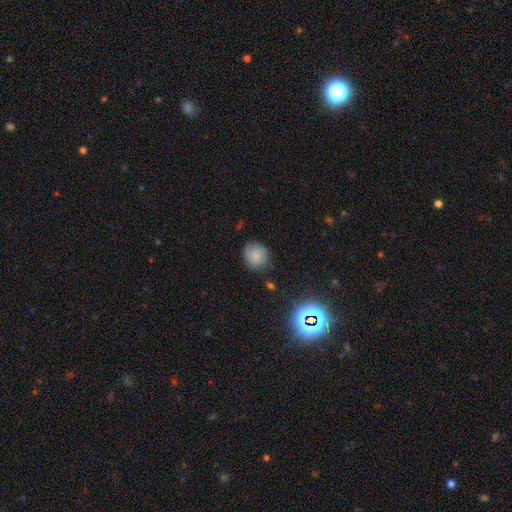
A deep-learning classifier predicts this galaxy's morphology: Smooth or featured?
  - smooth: 74% *
  - featured or disk: 13%
  - star or artifact: 13%
How rounded?
  - round: 85% *
  - in between: 14%
  - cigar-shaped: 1%
Merging?
  - none: 78% *
  - minor disturbance: 16%
  - major disturbance: 4%
  - merger: 2%